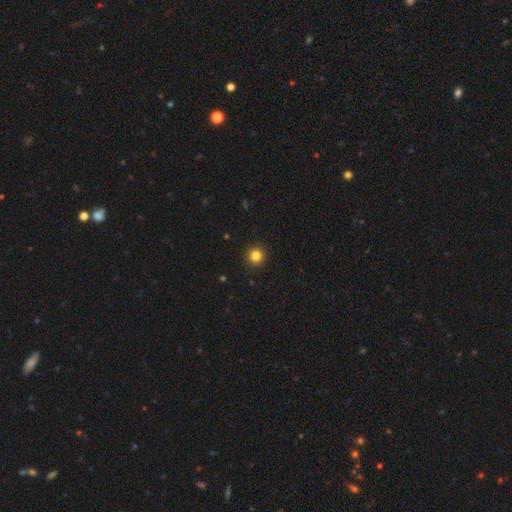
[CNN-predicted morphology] smooth-or-featured: smooth: 84% | star or artifact: 12% | featured or disk: 4%
  how-rounded: round: 96% | in between: 3% | cigar-shaped: 1%
  merging: none: 93% | minor disturbance: 4% | major disturbance: 2% | merger: 1%